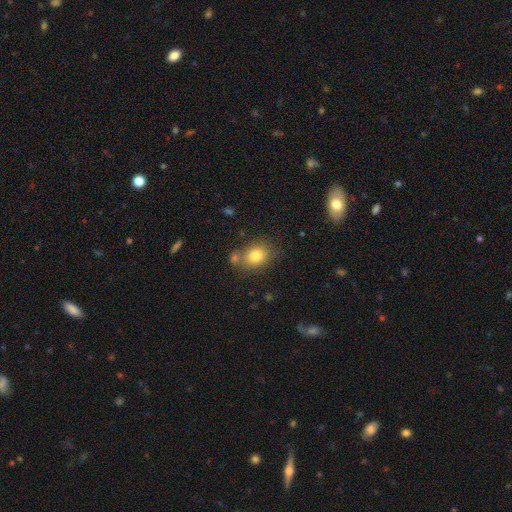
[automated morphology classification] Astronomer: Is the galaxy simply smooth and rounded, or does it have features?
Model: smooth — 80%.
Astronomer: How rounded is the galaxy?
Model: round — 50% (runner-up: in between, 49%).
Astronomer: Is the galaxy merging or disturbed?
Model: none — 63%.